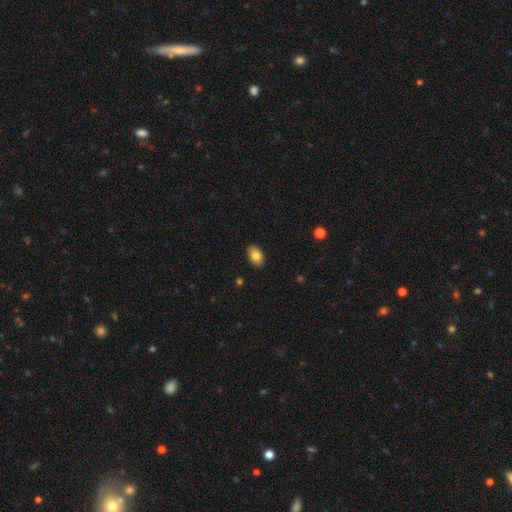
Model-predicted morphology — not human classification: A smooth galaxy with no disk features (82%) that is in between round and cigar-shaped (91%). Merging: none (89%).